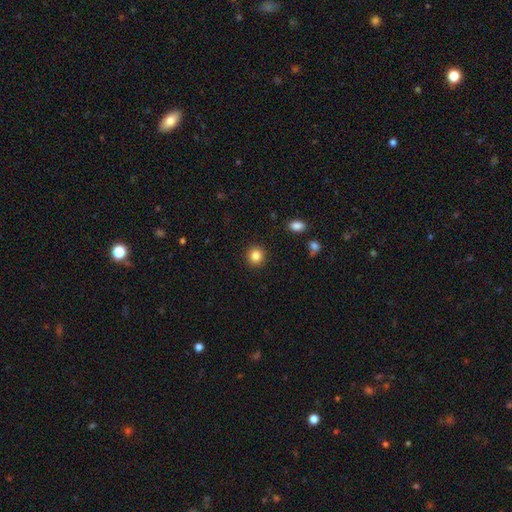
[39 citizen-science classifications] This is clearly a smooth galaxy (87%). How rounded: clearly round (88%). Merging: clearly none (100%).